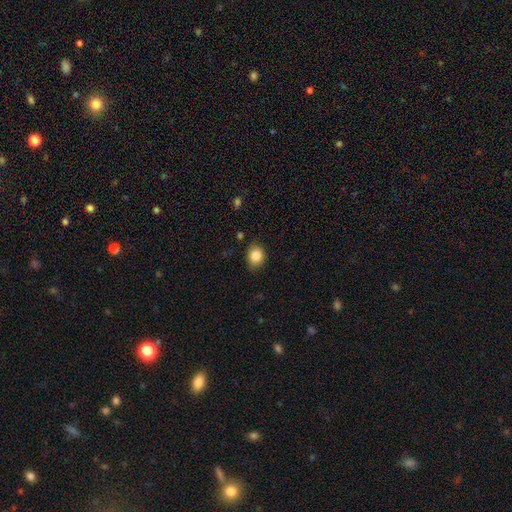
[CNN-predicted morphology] A smooth galaxy with no disk features (85%) that is round (52%). Merging: none (78%).